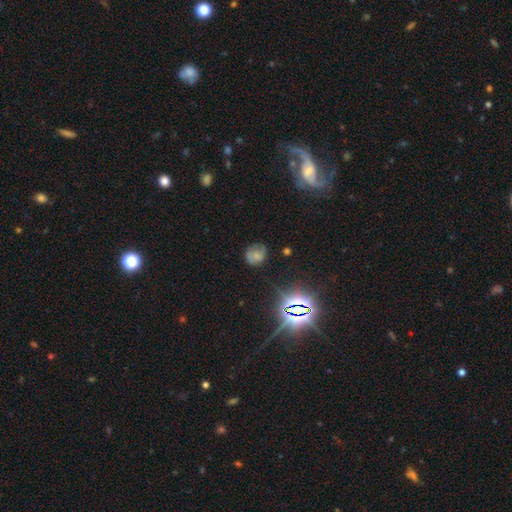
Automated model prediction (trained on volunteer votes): Q: Smooth or featured?
A: smooth (52%); runner-up: featured or disk (28%)
Q: How rounded?
A: round (70%); runner-up: in between (29%)
Q: Merging?
A: none (63%); runner-up: minor disturbance (25%)